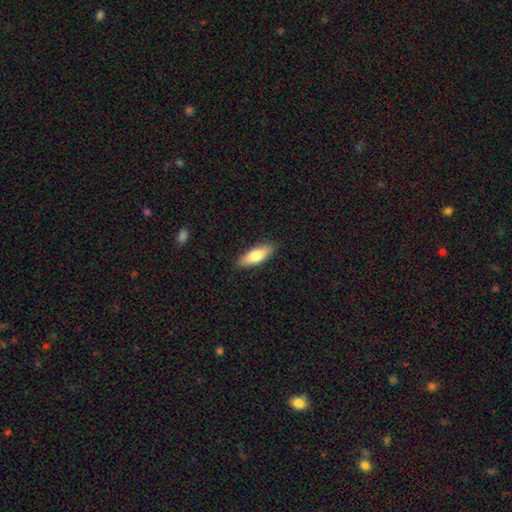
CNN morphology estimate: This is likely a smooth galaxy (79%). How rounded: likely in between (68%). Merging: clearly none (87%).